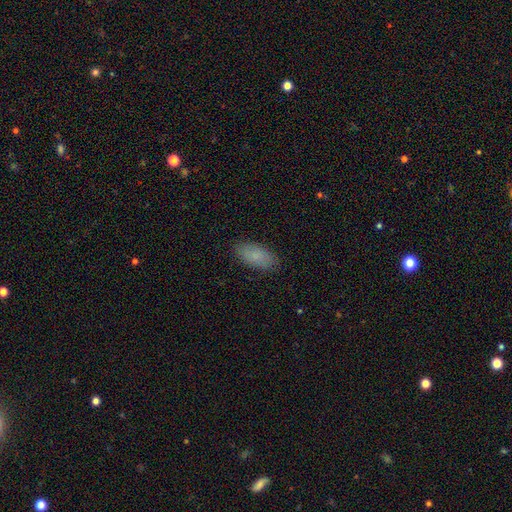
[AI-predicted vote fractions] A smooth galaxy with no disk features (84%) that is in between round and cigar-shaped (89%). Merging: none (87%).